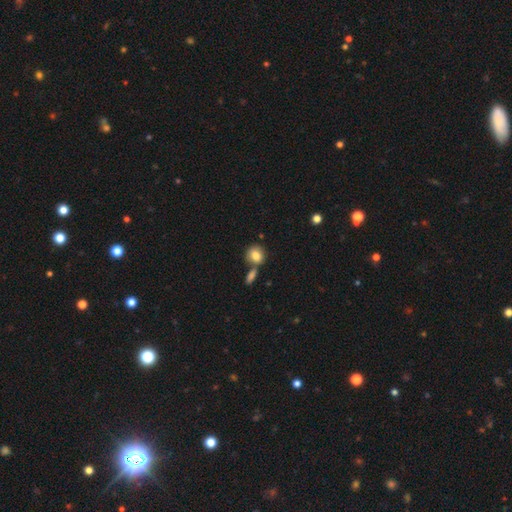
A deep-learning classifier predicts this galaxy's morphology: Smooth or featured? smooth (83%)
How rounded? round (72%)
Merging? none (56%)